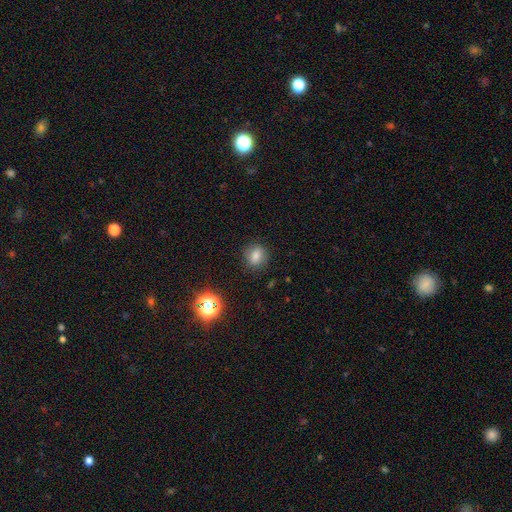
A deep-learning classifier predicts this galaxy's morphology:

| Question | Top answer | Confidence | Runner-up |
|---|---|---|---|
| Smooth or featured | smooth | 78% | star or artifact (14%) |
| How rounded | round | 62% | in between (36%) |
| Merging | none | 84% | minor disturbance (11%) |